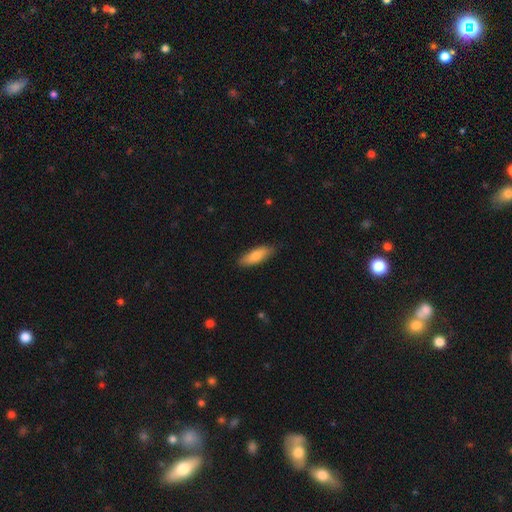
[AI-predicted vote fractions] Smooth or featured: smooth — 78% (featured or disk — 16%)
How rounded: in between — 59% (cigar-shaped — 39%)
Merging: none — 83% (minor disturbance — 14%)